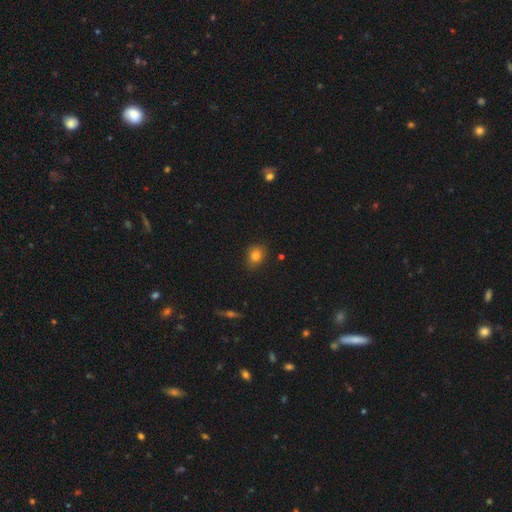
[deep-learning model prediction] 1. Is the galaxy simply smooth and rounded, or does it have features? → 81% smooth, 12% star or artifact, 7% featured or disk.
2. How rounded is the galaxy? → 61% round, 38% in between, 1% cigar-shaped.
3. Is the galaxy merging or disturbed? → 84% none, 12% minor disturbance, 2% major disturbance, 1% merger.